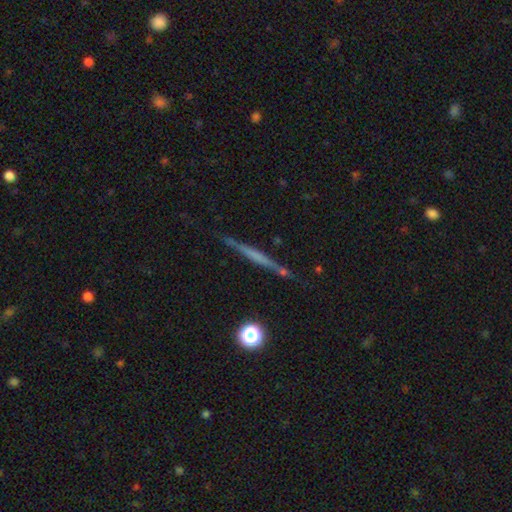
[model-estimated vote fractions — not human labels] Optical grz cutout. It shows a featured or disk galaxy (61%) viewed edge-on (97%) with no central bulge (71%). Merging: none (84%).